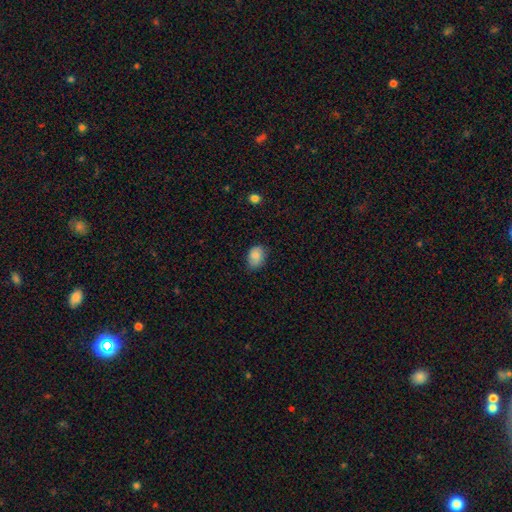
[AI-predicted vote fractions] A smooth galaxy with no disk features (85%) that is in between round and cigar-shaped (71%).

Vote fractions:
- Smooth or featured? smooth: 85% / star or artifact: 8% / featured or disk: 7%
- How rounded? in between: 71% / round: 28% / cigar-shaped: 1%
- Merging? none: 69% / minor disturbance: 25% / major disturbance: 4% / merger: 1%